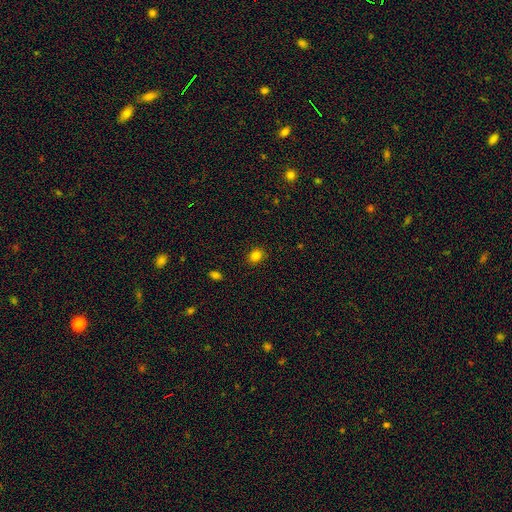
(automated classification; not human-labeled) Morphology: type=smooth (83%); roundness=round (59%); merging=none (88%).